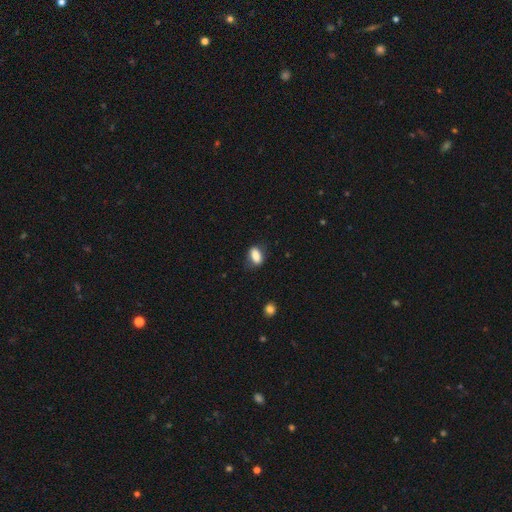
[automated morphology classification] This appears to be a smooth galaxy with no disk features (82%) that is in between round and cigar-shaped (81%). Merging: none (70%).